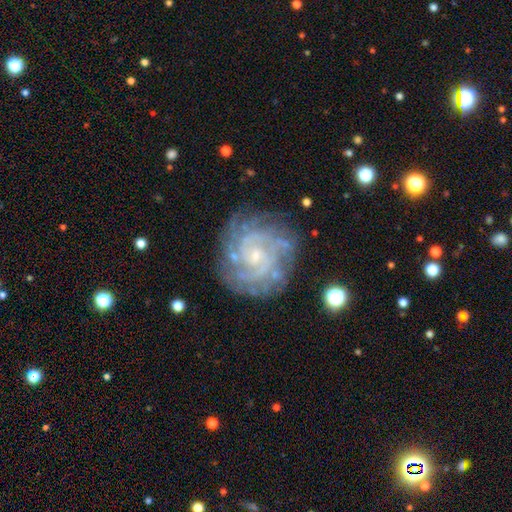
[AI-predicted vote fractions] smooth_or_featured: featured or disk (p=0.88) [alt: star or artifact p=0.06]
disk_edge_on: no (p=0.98) [alt: yes p=0.02]
bar: no (p=0.67) [alt: weak p=0.27]
has_spiral_arms: yes (p=0.97) [alt: no p=0.03]
spiral_winding: tight (p=0.74) [alt: medium p=0.22]
spiral_arm_count: can't tell (p=0.28) [alt: 3 p=0.19]
bulge_size: small (p=0.78) [alt: moderate p=0.15]
merging: none (p=0.77) [alt: minor disturbance p=0.15]